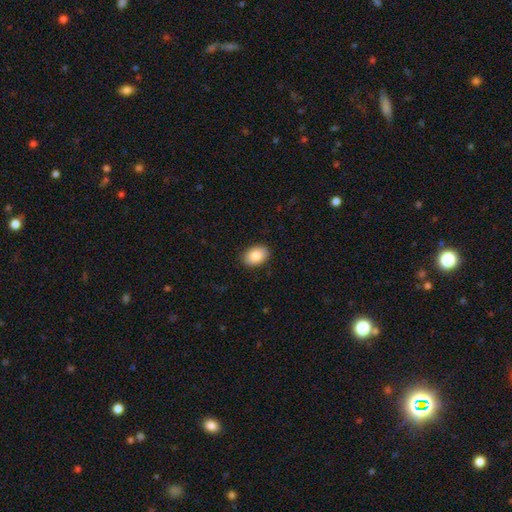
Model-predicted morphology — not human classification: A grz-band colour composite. It shows a smooth galaxy with no disk features (87%) that is in between round and cigar-shaped (83%). Merging: none (90%).